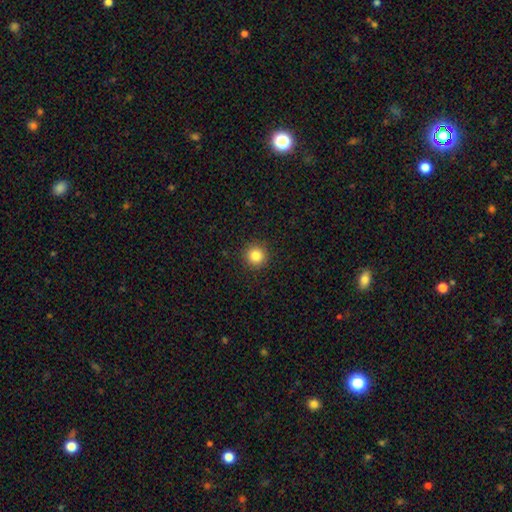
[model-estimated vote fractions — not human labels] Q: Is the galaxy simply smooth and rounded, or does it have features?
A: smooth — 84%.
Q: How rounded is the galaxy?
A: round — 95%.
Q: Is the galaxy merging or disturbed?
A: none — 92%.